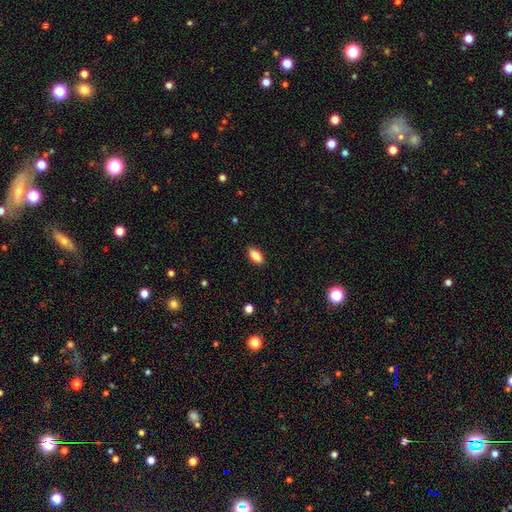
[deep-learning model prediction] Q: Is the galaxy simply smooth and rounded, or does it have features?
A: smooth — 86%.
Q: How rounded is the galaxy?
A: in between — 91%.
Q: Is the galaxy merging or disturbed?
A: none — 89%.